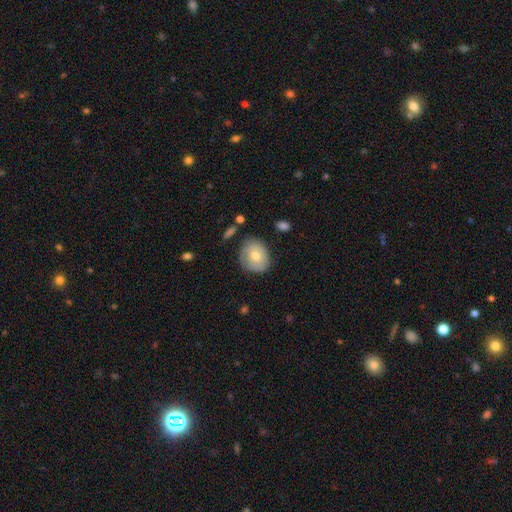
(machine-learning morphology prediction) Smooth or featured? Predicted: smooth (p=0.61). How rounded? Predicted: round (p=0.59). Merging? Predicted: none (p=0.70).